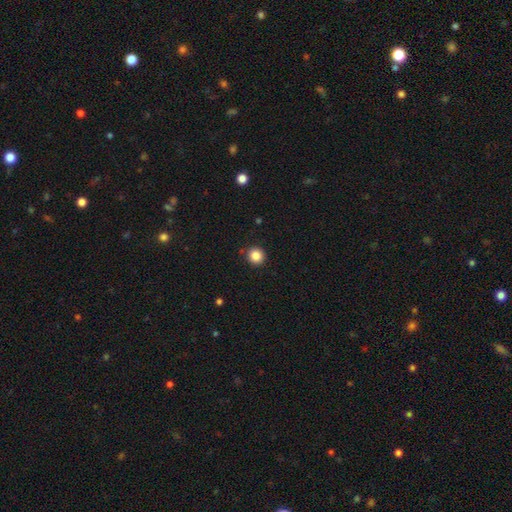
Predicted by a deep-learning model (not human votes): Smooth or featured? smooth (86%)
How rounded? round (92%)
Merging? none (91%)